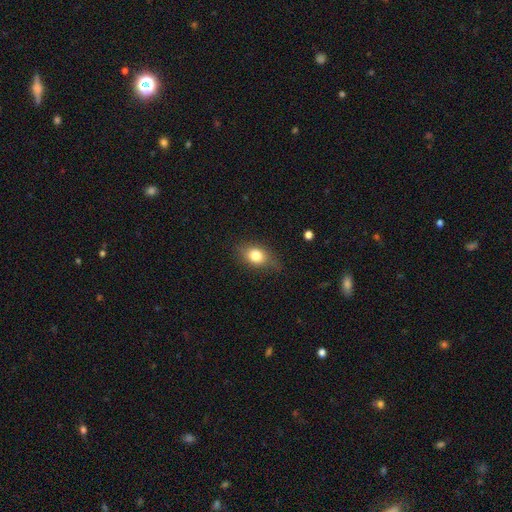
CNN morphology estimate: A smooth galaxy with no disk features (76%) that is in between round and cigar-shaped (69%).

Vote fractions:
- Smooth or featured? smooth: 76% / featured or disk: 14% / star or artifact: 10%
- How rounded? in between: 69% / round: 28% / cigar-shaped: 3%
- Merging? none: 71% / minor disturbance: 22% / major disturbance: 6% / merger: 1%